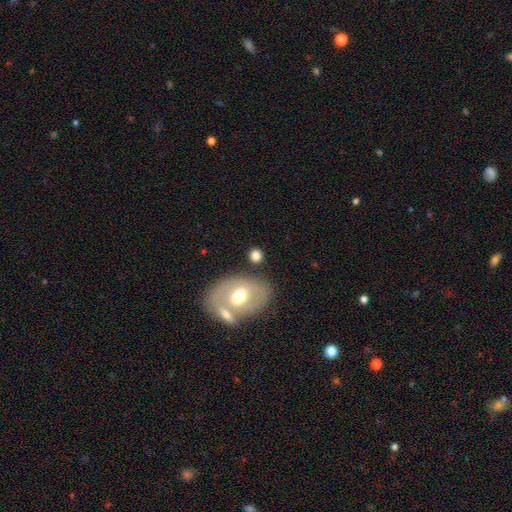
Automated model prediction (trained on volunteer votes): This appears to be a smooth galaxy with no disk features (70%) that is round (55%). Merging: none (68%).